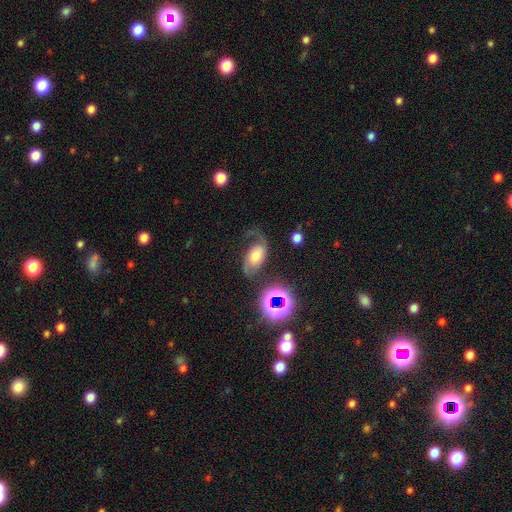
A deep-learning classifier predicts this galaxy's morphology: A featured or disk galaxy (67%) with no bar (61%), 2 (80%) loose (55%) spiral arms (93%) and a moderate central bulge (47%).

Vote fractions:
- Smooth or featured? featured or disk: 67% / smooth: 20% / star or artifact: 13%
- Edge-on disk? no: 96% / yes: 4%
- Bar? no: 61% / weak: 29% / strong: 10%
- Spiral arms? yes: 93% / no: 7%
- Spiral winding? loose: 55% / medium: 35% / tight: 11%
- Spiral arm count? 2: 80% / 1: 13% / can't tell: 4% / 3: 1% / 4: 1% / more than 4: 1%
- Bulge size? moderate: 47% / large: 23% / small: 19% / dominant: 6% / none: 5%
- Merging? none: 52% / major disturbance: 23% / minor disturbance: 21% / merger: 5%